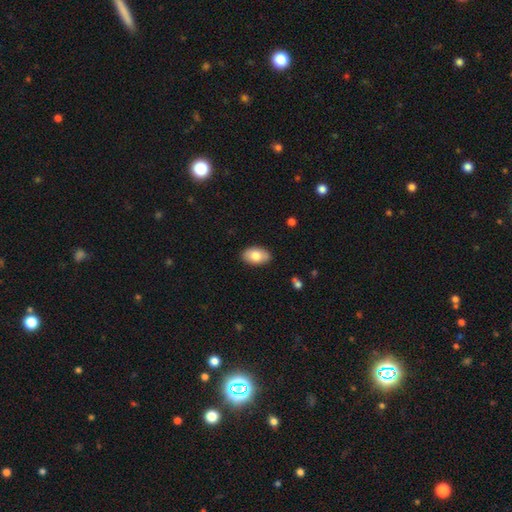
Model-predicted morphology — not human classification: This appears to be a smooth galaxy with no disk features (78%) that is in between round and cigar-shaped (92%). Merging: none (86%).